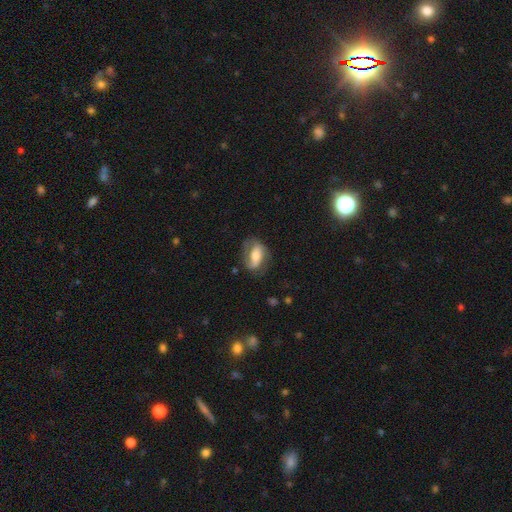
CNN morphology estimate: featured or disk 56%, smooth 37%, star or artifact 7%. Down the decision tree: edge-on disk — no (92%); bar — strong (36%); spiral arms — yes (78%); bulge size — moderate (56%); merging — none (63%).